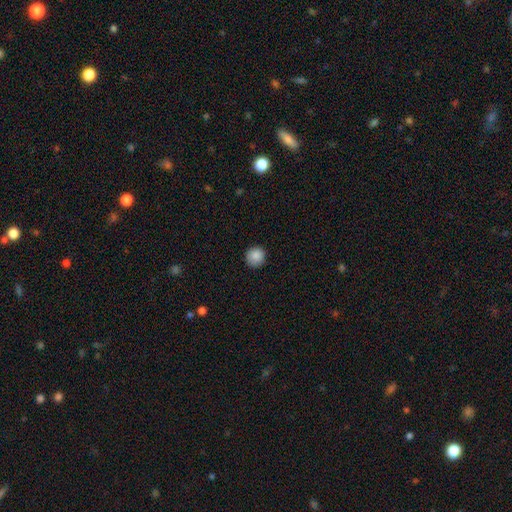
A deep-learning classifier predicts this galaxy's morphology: The model was most divided on "smooth or featured": smooth: 88%, star or artifact: 9%, featured or disk: 4%. More confident: how rounded — round (93%); merging — none (89%).